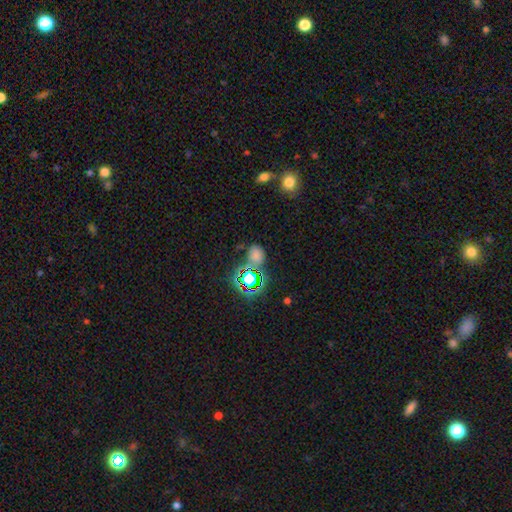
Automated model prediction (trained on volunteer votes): smooth-or-featured: smooth: 54% | star or artifact: 38% | featured or disk: 8%
  how-rounded: in between: 53% | round: 46% | cigar-shaped: 2%
  merging: none: 66% | minor disturbance: 16% | merger: 11% | major disturbance: 7%